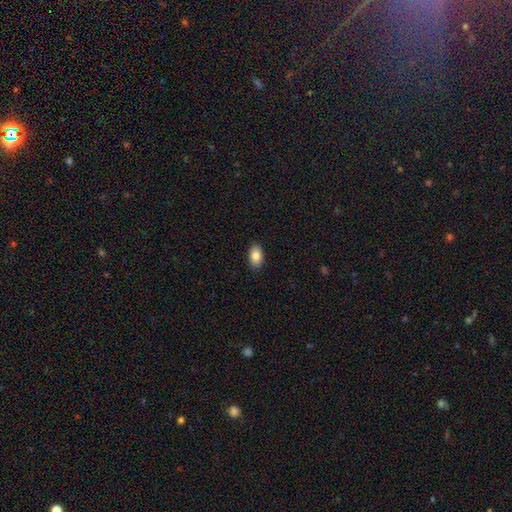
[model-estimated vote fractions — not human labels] Overall: smooth (87%). How rounded: in between (93%). Merging: none (89%).